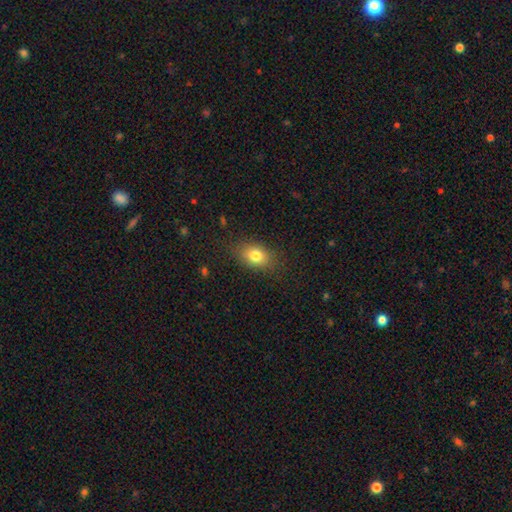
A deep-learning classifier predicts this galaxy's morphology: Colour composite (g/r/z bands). It shows a smooth galaxy with no disk features (80%) that is in between round and cigar-shaped (73%). Merging: none (82%).